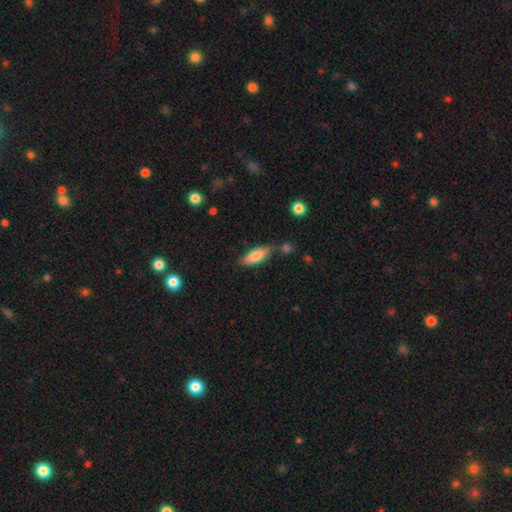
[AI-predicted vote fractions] smooth_or_featured: smooth (p=0.80) [alt: featured or disk p=0.14]
how_rounded: in between (p=0.71) [alt: cigar-shaped p=0.27]
merging: none (p=0.66) [alt: minor disturbance p=0.19]